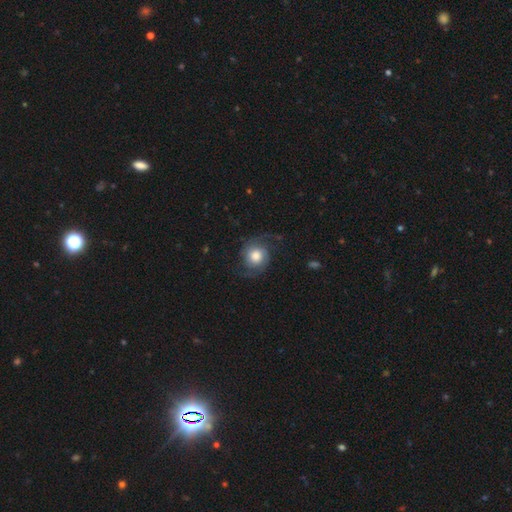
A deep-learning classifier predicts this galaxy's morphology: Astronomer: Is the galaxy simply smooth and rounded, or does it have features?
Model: featured or disk — 75%.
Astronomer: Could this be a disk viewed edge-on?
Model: no — 98%.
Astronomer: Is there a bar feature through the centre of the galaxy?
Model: no — 75%.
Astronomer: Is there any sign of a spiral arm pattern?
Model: yes — 96%.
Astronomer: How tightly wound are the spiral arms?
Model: medium — 46% (runner-up: loose, 32%).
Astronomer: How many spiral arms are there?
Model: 2 — 92%.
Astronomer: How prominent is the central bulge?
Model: large — 44% (runner-up: moderate, 39%).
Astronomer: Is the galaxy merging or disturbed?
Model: none — 74%.